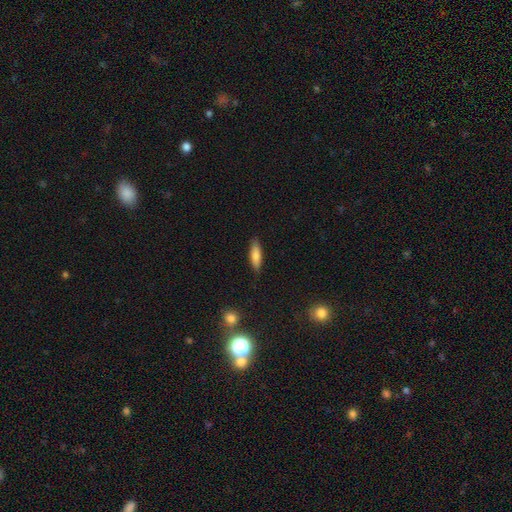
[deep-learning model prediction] smooth-or-featured: smooth: 76% | featured or disk: 17% | star or artifact: 7%
  how-rounded: cigar-shaped: 61% | in between: 37% | round: 2%
  merging: none: 84% | minor disturbance: 12% | major disturbance: 2% | merger: 1%